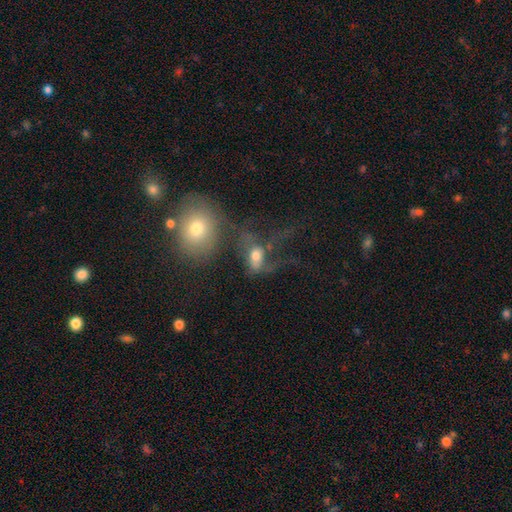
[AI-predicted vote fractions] Morphology: type=smooth (51%); roundness=in between (77%); merging=merger (37%).